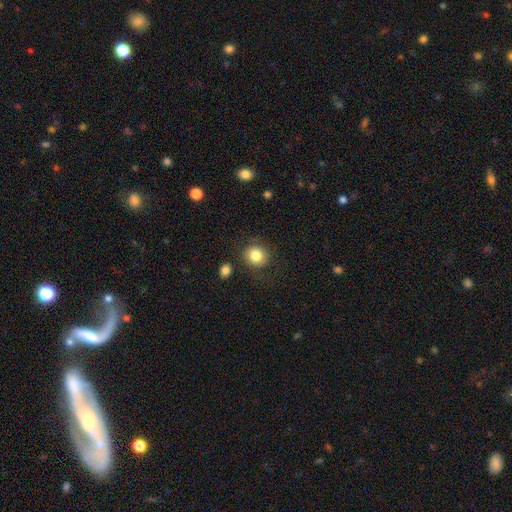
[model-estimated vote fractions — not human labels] smooth 83%, star or artifact 10%, featured or disk 7%. Down the decision tree: how rounded — round (85%); merging — none (80%).